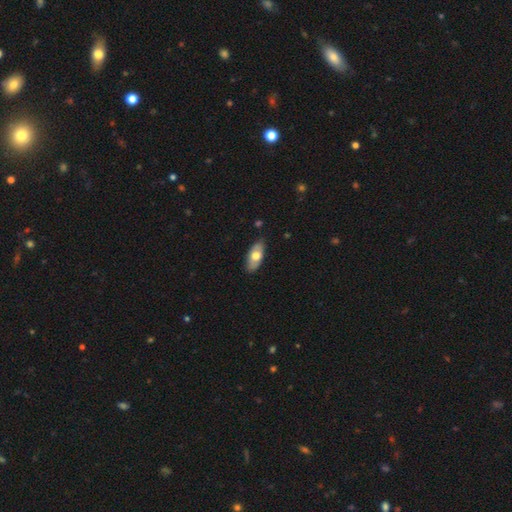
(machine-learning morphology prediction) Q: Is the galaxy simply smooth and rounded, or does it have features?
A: smooth — 60%.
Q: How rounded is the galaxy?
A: in between — 86%.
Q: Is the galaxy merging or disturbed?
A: none — 83%.